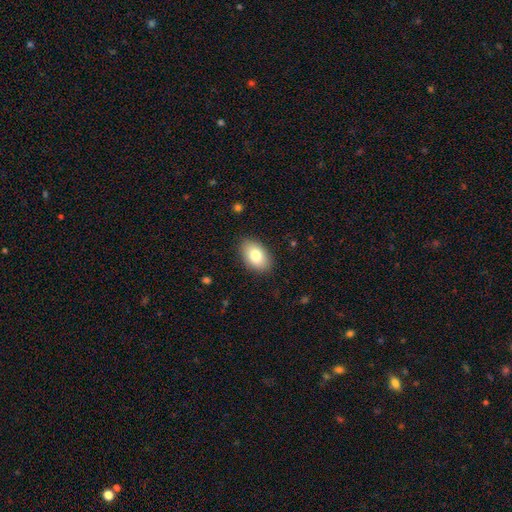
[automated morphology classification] smooth 81%, featured or disk 12%, star or artifact 7%. Down the decision tree: how rounded — in between (91%); merging — none (86%).